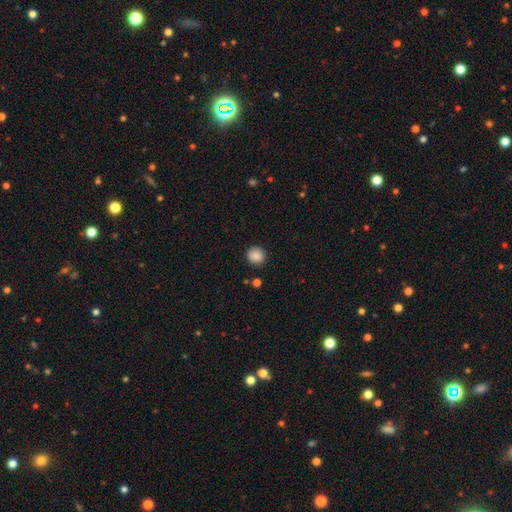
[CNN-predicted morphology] The model was most divided on "smooth or featured": smooth: 88%, star or artifact: 9%, featured or disk: 3%. More confident: how rounded — round (91%); merging — none (89%).